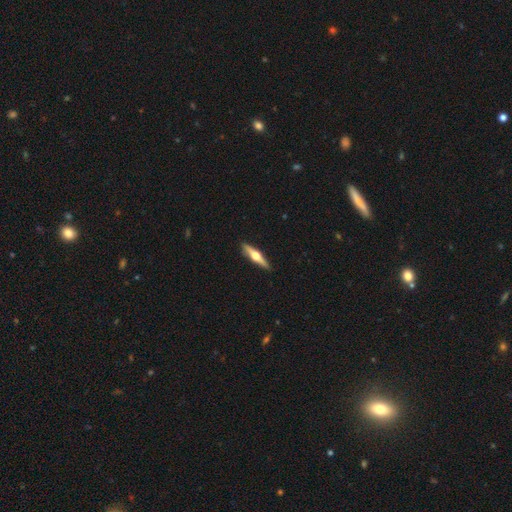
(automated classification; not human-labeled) Smooth or featured?
  - featured or disk: 66% *
  - smooth: 29%
  - star or artifact: 5%
Edge-on disk?
  - yes: 97% *
  - no: 3%
Edge-on bulge?
  - rounded: 95% *
  - boxy: 3%
  - none: 2%
Merging?
  - none: 91% *
  - minor disturbance: 6%
  - major disturbance: 1%
  - merger: 1%